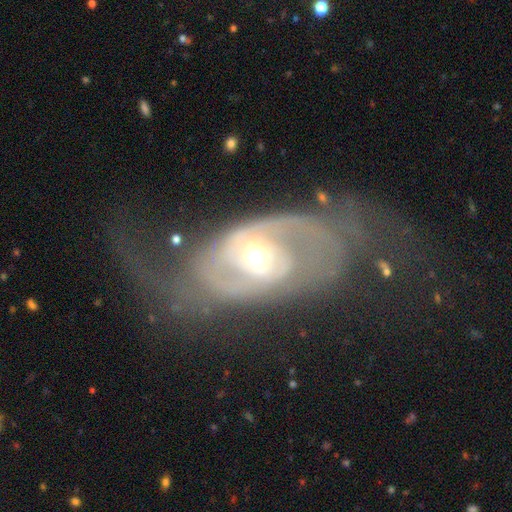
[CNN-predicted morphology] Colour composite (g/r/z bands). It shows a featured or disk galaxy (84%) with no bar (46%), 2 (70%) medium (41%) spiral arms (88%) and a moderate central bulge (55%). Merging: none (48%).